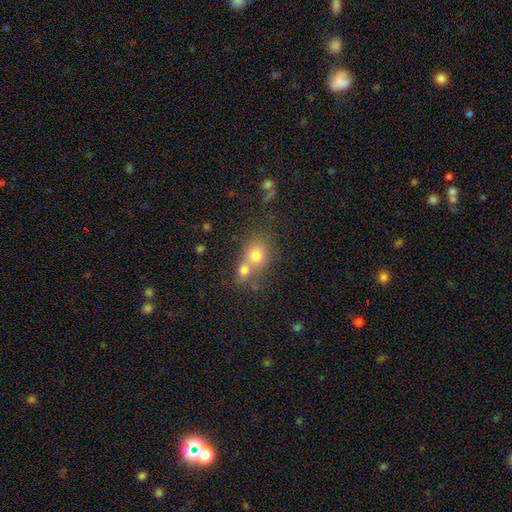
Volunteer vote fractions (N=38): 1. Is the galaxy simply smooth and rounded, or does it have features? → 71% smooth, 21% featured or disk, 8% star or artifact.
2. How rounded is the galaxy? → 63% round, 37% in between, 0% cigar-shaped.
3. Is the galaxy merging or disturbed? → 57% merger, 34% none, 6% minor disturbance, 3% major disturbance.